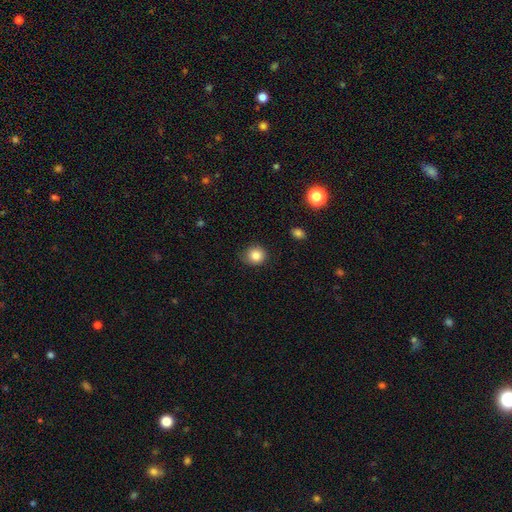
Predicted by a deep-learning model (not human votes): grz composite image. It shows a smooth galaxy with no disk features (84%) that is round (85%). Merging: none (79%).